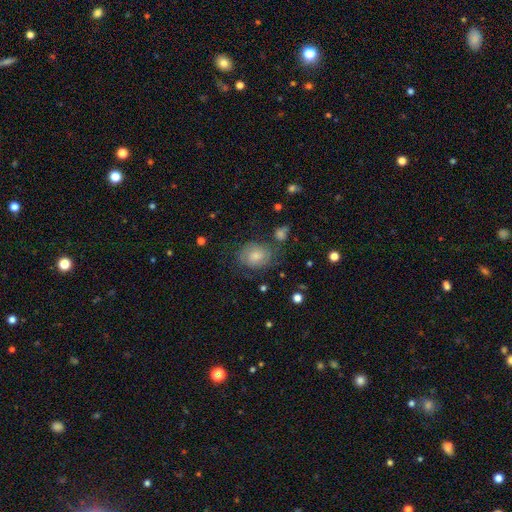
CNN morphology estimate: This appears to be a smooth galaxy with no disk features (46%). Merging: none (69%).